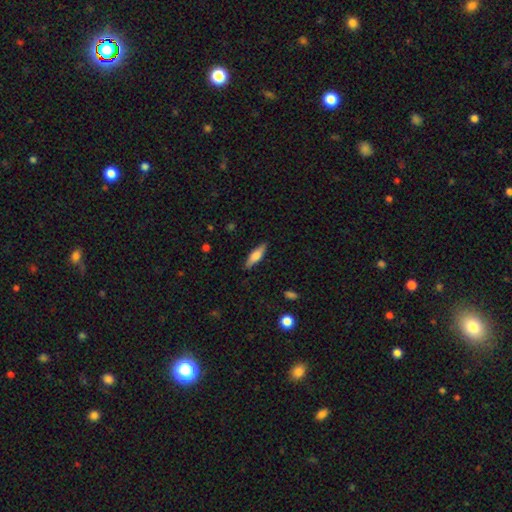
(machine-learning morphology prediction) type=smooth (63%); roundness=cigar-shaped (61%); merging=none (87%).